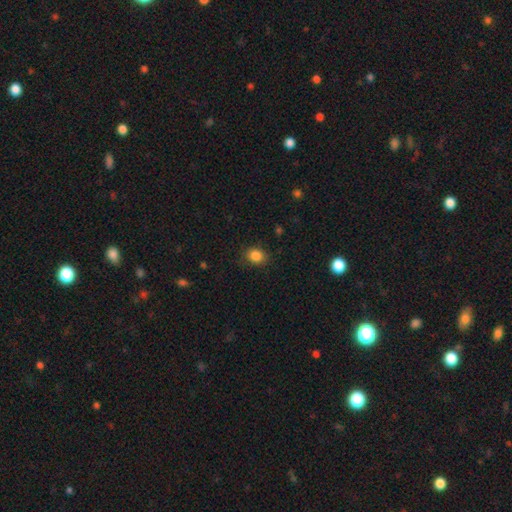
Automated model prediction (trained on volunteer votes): The model was most divided on "how rounded": round: 58%, in between: 41%, cigar-shaped: 1%. More confident: smooth or featured — smooth (85%); merging — none (84%).